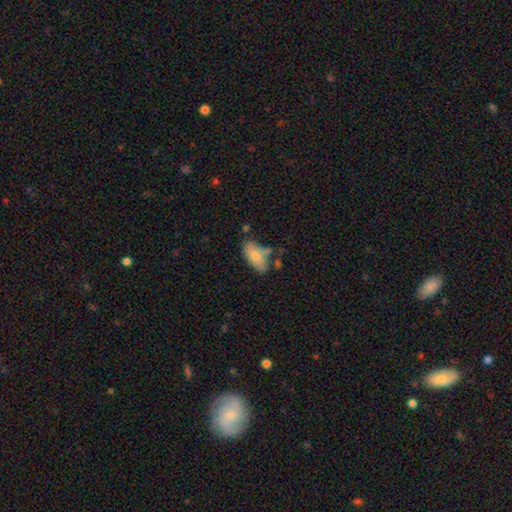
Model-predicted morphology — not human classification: This appears to be a smooth galaxy with no disk features (76%) that is in between round and cigar-shaped (88%). Merging: none (53%).